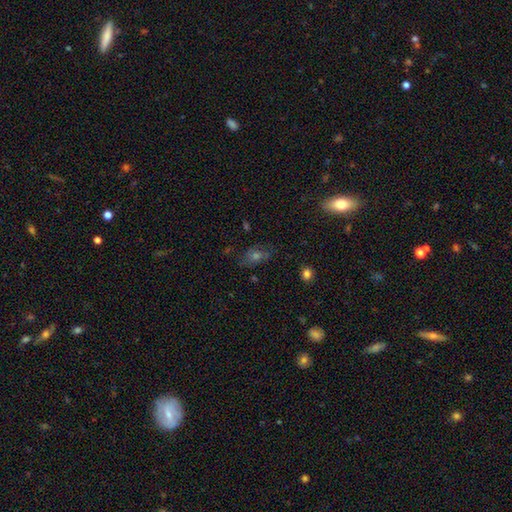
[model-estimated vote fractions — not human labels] smooth_or_featured: smooth (p=0.42) [alt: featured or disk p=0.33]
merging: none (p=0.73) [alt: minor disturbance p=0.17]